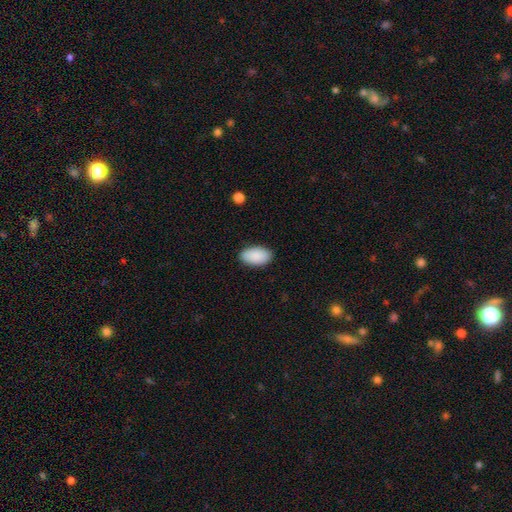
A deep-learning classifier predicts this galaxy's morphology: smooth_or_featured: smooth (p=0.90) [alt: star or artifact p=0.06]
how_rounded: in between (p=0.95) [alt: round p=0.04]
merging: none (p=0.88) [alt: minor disturbance p=0.09]